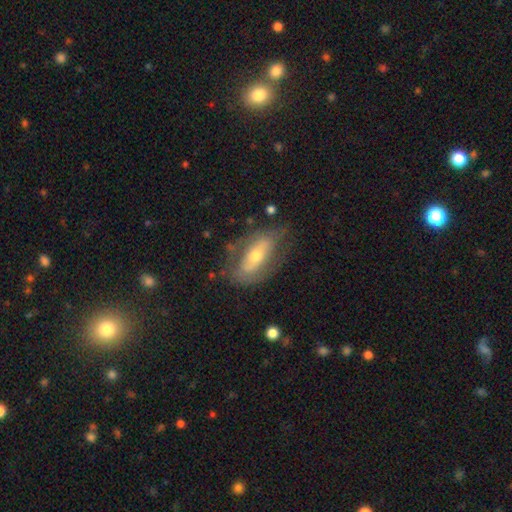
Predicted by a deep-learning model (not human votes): Q: Smooth or featured?
A: featured or disk (58%); runner-up: smooth (35%)
Q: Edge-on disk?
A: no (83%); runner-up: yes (17%)
Q: Merging?
A: none (66%); runner-up: minor disturbance (20%)